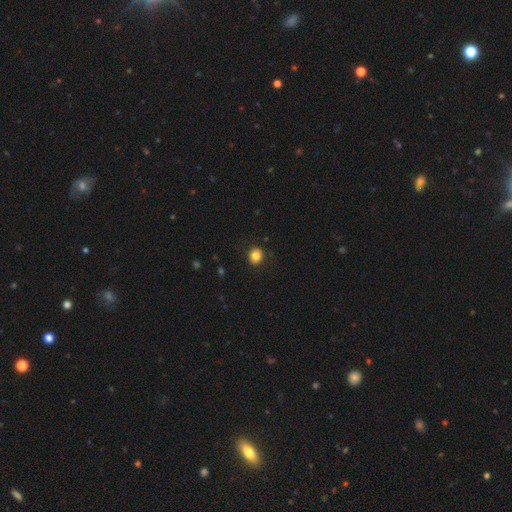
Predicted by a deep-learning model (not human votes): smooth-or-featured: smooth: 84% | star or artifact: 11% | featured or disk: 5%
  how-rounded: round: 77% | in between: 22% | cigar-shaped: 1%
  merging: none: 91% | minor disturbance: 6% | major disturbance: 2% | merger: 1%